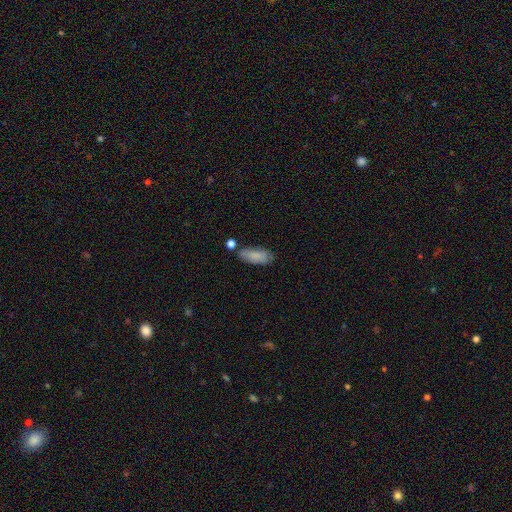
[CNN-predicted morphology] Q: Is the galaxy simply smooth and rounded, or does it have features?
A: smooth — 84%.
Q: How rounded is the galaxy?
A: in between — 80%.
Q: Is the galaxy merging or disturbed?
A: none — 67%.